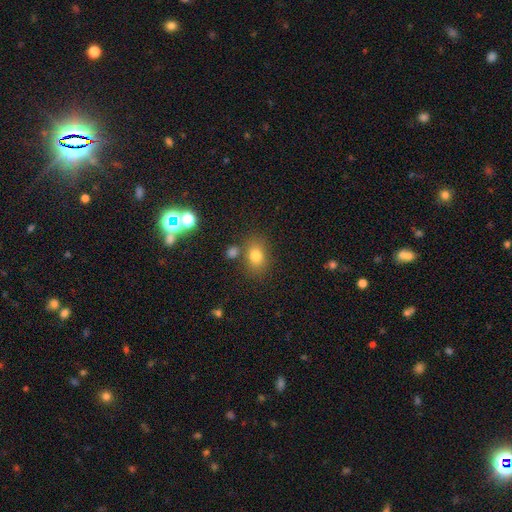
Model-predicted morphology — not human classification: Smooth or featured? Predicted: smooth (p=0.78). How rounded? Predicted: in between (p=0.60). Merging? Predicted: none (p=0.73).